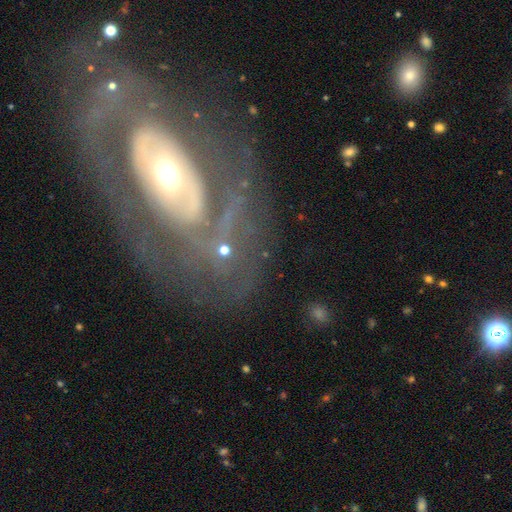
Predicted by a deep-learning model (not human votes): Overall: featured or disk (79%). Edge-on disk: no (91%). Bar: no (66%). Spiral arms: yes (58%; no 42%). Bulge size: moderate (60%; small 20%). Merging: none (69%).